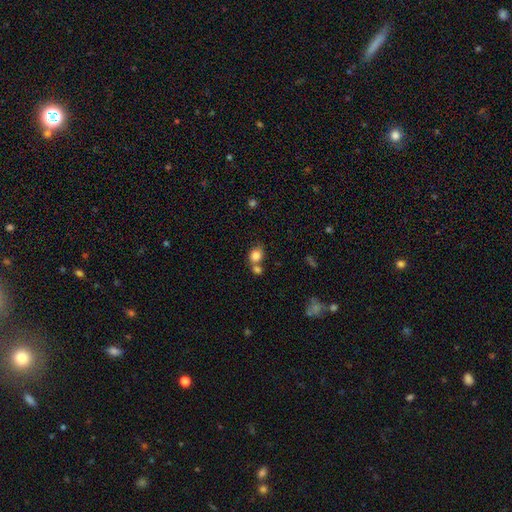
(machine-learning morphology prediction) Smooth or featured?
  - smooth: 83% *
  - star or artifact: 9%
  - featured or disk: 8%
How rounded?
  - round: 55% *
  - in between: 44%
  - cigar-shaped: 1%
Merging?
  - none: 48% *
  - merger: 35%
  - minor disturbance: 12%
  - major disturbance: 5%